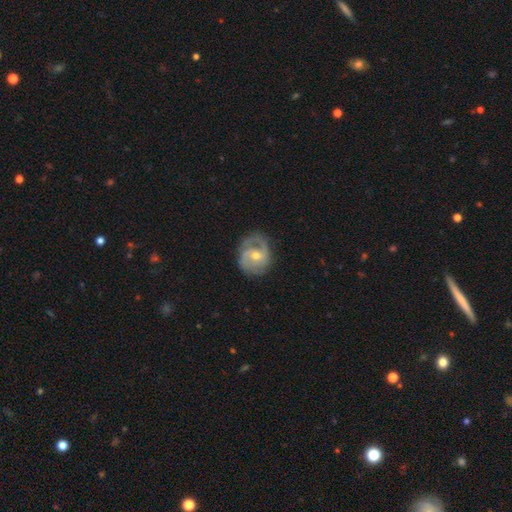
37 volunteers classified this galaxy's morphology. featured or disk 84%, smooth 8%, star or artifact 8%. Down the decision tree: edge-on disk — no (100%); bar — no (52%); spiral arms — yes (97%); spiral arm count — 3 (43%); spiral winding — tight (57%); bulge size — moderate (61%); merging — none (79%).